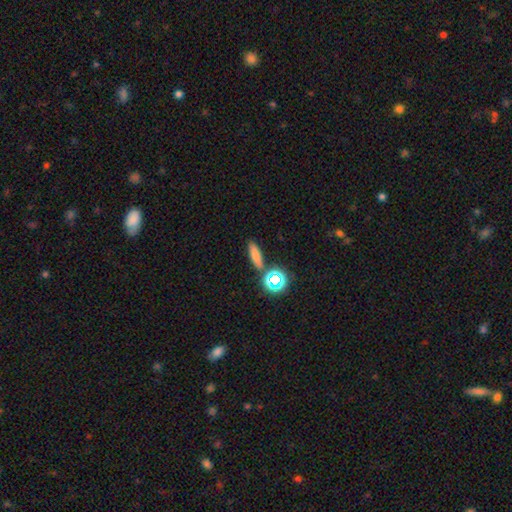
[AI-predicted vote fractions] Smooth or featured? smooth (69%)
How rounded? cigar-shaped (59%)
Merging? none (80%)